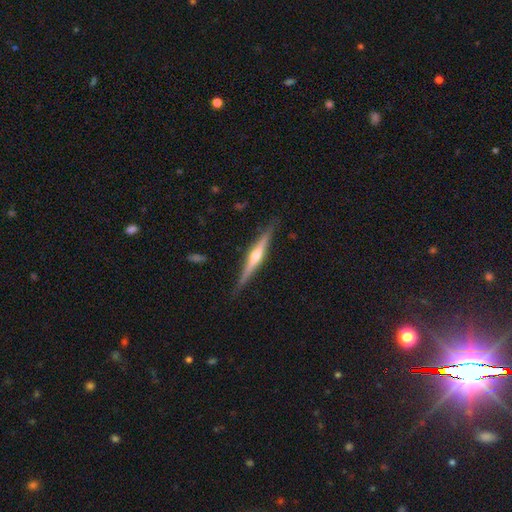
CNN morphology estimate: smooth_or_featured: featured or disk (p=0.75) [alt: smooth p=0.20]
disk_edge_on: yes (p=0.98) [alt: no p=0.02]
edge_on_bulge: rounded (p=0.89) [alt: none p=0.06]
merging: none (p=0.87) [alt: minor disturbance p=0.10]